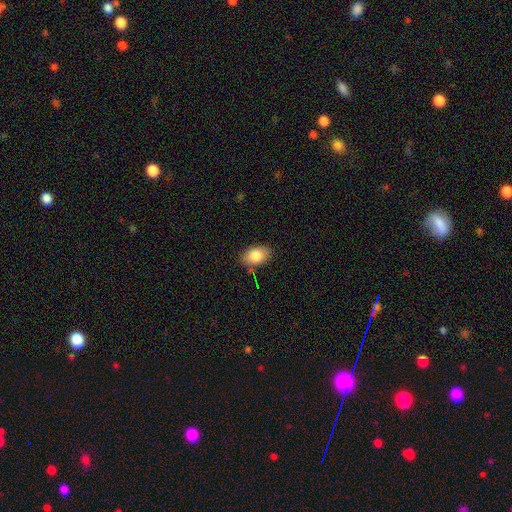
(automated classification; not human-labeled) smooth 83%, featured or disk 9%, star or artifact 7%. Down the decision tree: how rounded — in between (88%); merging — none (80%).